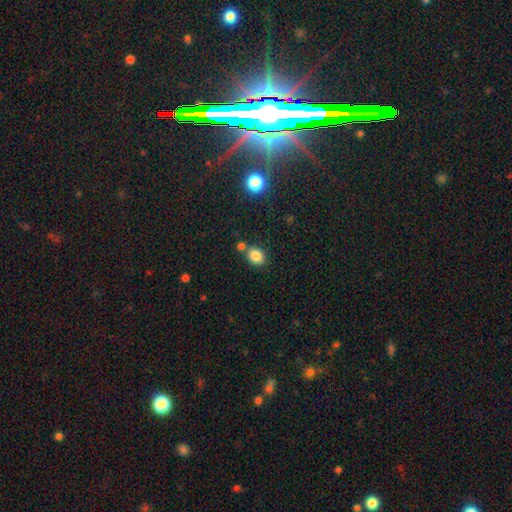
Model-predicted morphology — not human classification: Q: Smooth or featured?
A: smooth (84%); runner-up: star or artifact (11%)
Q: How rounded?
A: round (55%); runner-up: in between (44%)
Q: Merging?
A: none (70%); runner-up: merger (16%)